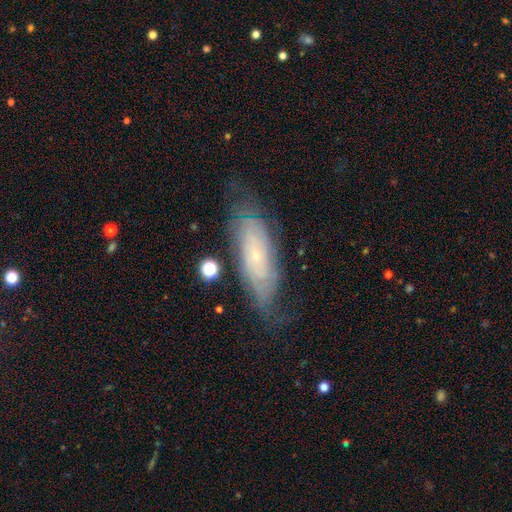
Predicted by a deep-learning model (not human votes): smooth-or-featured: featured or disk: 70% | smooth: 22% | star or artifact: 8%
  disk-edge-on: no: 85% | yes: 15%
    bar: no: 78% | weak: 17% | strong: 4%
    has-spiral-arms: yes: 85% | no: 15%
      spiral-winding: tight: 72% | medium: 21% | loose: 7%
      spiral-arm-count: can't tell: 62% | 2: 17% | 3: 7% | 4: 6% | more than 4: 4% | 1: 3%
    bulge-size: small: 83% | moderate: 11% | none: 3% | large: 1% | dominant: 1%
  merging: none: 68% | minor disturbance: 22% | major disturbance: 8% | merger: 2%